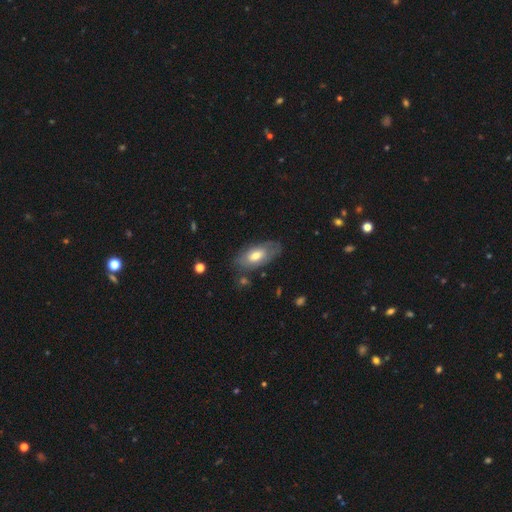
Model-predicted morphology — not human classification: Smooth or featured?
  - smooth: 57% *
  - featured or disk: 37%
  - star or artifact: 6%
How rounded?
  - in between: 91% *
  - cigar-shaped: 6%
  - round: 3%
Merging?
  - none: 69% *
  - minor disturbance: 22%
  - major disturbance: 7%
  - merger: 3%